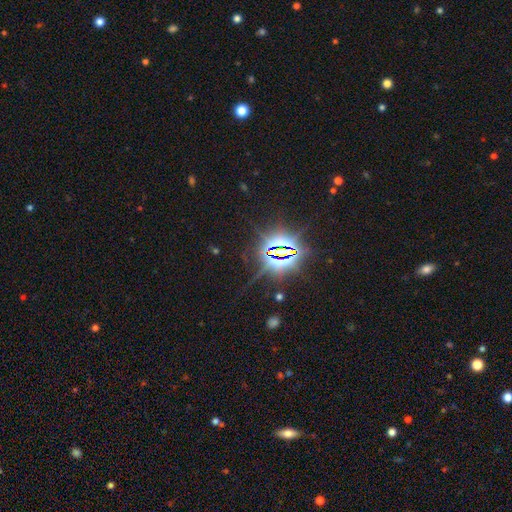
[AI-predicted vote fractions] Smooth or featured?
  - star or artifact: 85% *
  - featured or disk: 8%
  - smooth: 7%